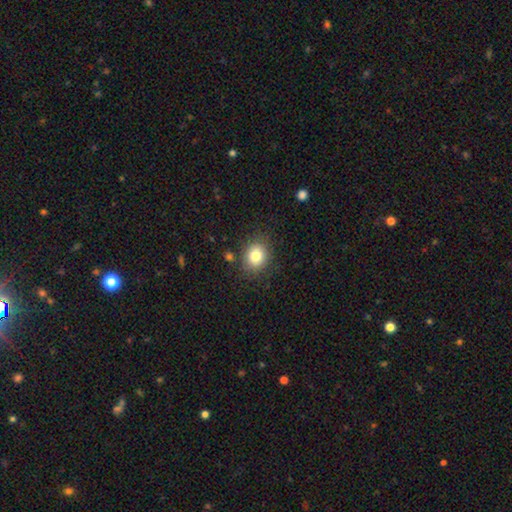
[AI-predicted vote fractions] Smooth or featured: smooth — 81% (star or artifact — 11%)
How rounded: round — 61% (in between — 38%)
Merging: none — 82% (minor disturbance — 11%)